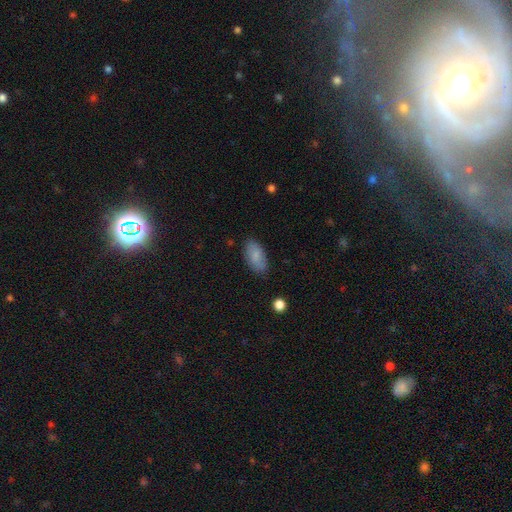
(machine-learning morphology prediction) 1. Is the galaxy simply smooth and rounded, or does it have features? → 85% smooth, 9% featured or disk, 7% star or artifact.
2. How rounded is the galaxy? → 93% in between, 4% cigar-shaped, 3% round.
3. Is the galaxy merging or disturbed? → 84% none, 12% minor disturbance, 3% major disturbance, 1% merger.